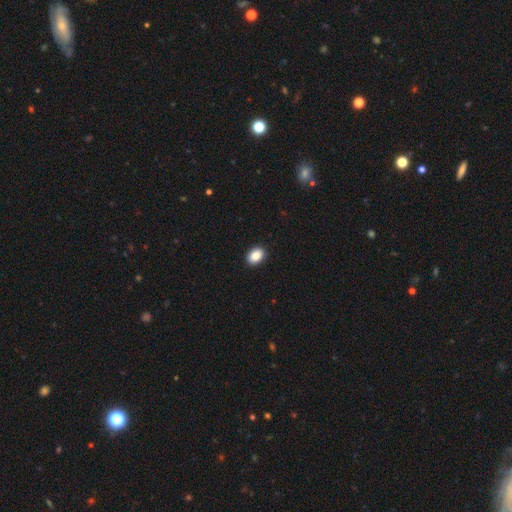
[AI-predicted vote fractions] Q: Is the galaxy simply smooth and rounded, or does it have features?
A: smooth — 88%.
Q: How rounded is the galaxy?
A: in between — 80%.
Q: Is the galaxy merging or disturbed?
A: none — 91%.